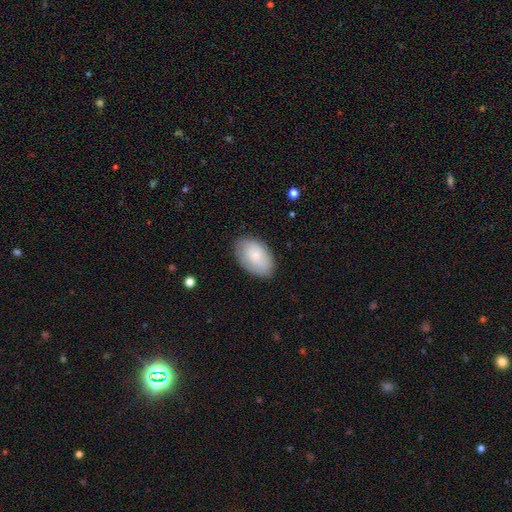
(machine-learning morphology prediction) Smooth or featured? Predicted: smooth (p=0.79). How rounded? Predicted: in between (p=0.93). Merging? Predicted: none (p=0.82).